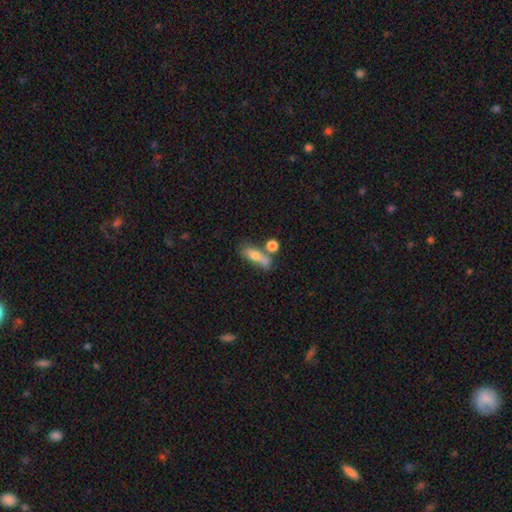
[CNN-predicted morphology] Smooth or featured? smooth (64%)
How rounded? in between (48%)
Merging? none (43%)